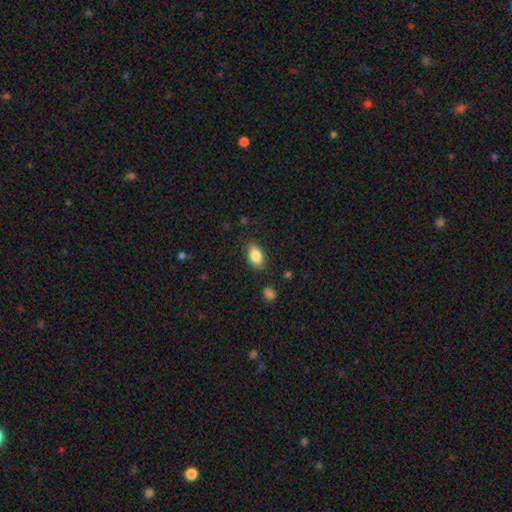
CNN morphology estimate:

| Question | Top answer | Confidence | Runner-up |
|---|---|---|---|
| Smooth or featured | smooth | 85% | featured or disk (8%) |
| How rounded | in between | 90% | round (7%) |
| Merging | none | 85% | minor disturbance (11%) |